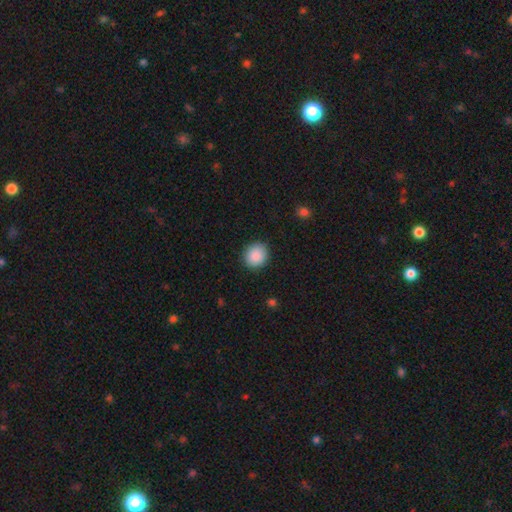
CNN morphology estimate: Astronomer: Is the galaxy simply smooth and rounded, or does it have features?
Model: smooth — 89%.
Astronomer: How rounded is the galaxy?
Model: round — 83%.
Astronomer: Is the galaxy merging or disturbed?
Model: none — 90%.